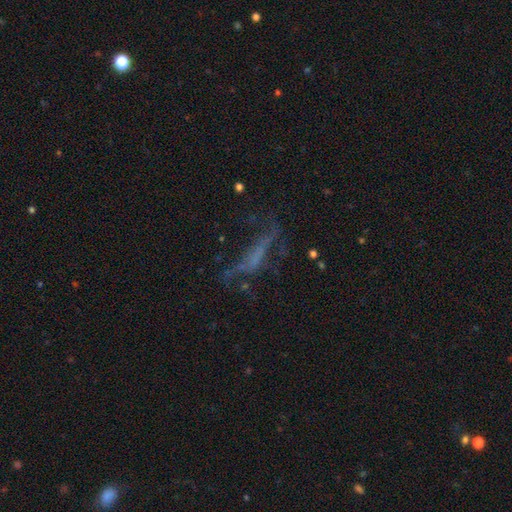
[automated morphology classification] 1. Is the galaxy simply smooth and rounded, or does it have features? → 49% featured or disk, 27% smooth, 24% star or artifact.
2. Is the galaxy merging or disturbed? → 41% none, 36% major disturbance, 19% minor disturbance, 5% merger.